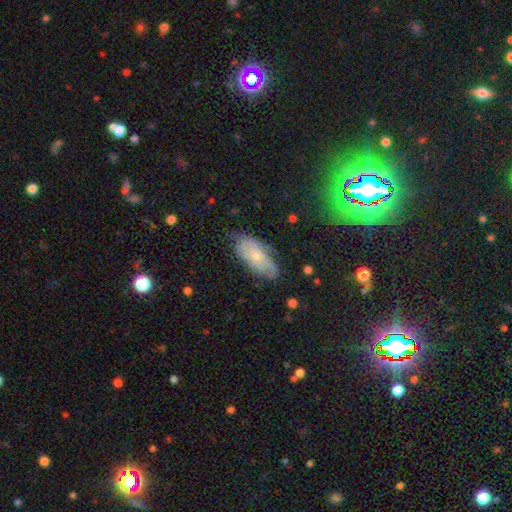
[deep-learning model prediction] Smooth or featured: smooth — 49% (featured or disk — 43%)
Merging: none — 63% (minor disturbance — 28%)